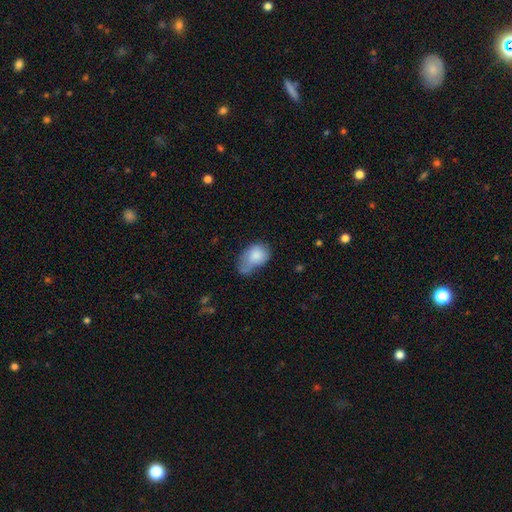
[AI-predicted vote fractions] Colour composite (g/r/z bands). It shows a smooth galaxy with no disk features (78%) that is in between round and cigar-shaped (82%). Merging: minor disturbance (37%).